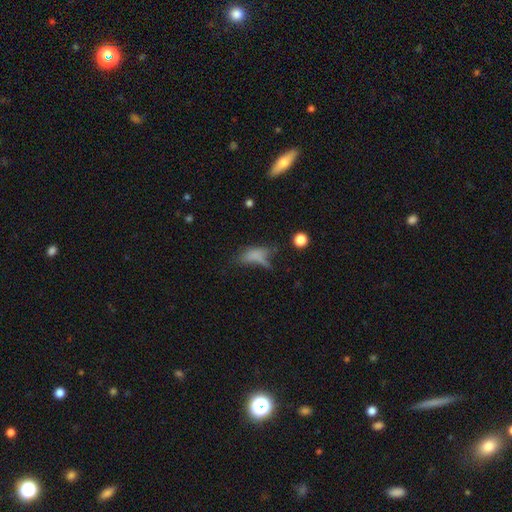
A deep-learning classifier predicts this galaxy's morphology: The model was most divided on "merging": none: 33%, major disturbance: 31%, minor disturbance: 23%, merger: 13%. More confident: how rounded — in between (74%); smooth or featured — smooth (66%).